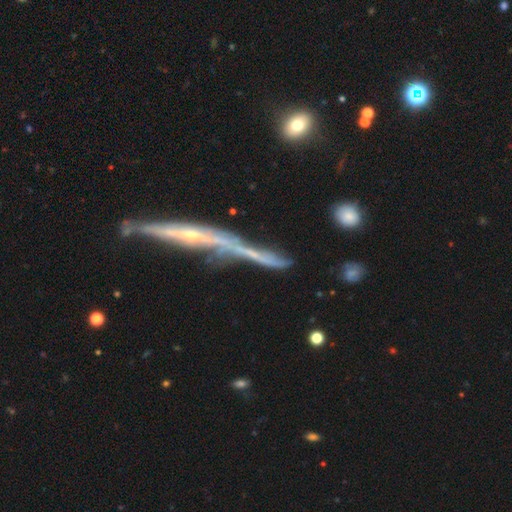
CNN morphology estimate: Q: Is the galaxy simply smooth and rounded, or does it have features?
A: featured or disk — 66%.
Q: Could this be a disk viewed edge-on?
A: yes — 79%.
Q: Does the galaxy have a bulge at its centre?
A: none — 61%.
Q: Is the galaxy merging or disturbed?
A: none — 40%.